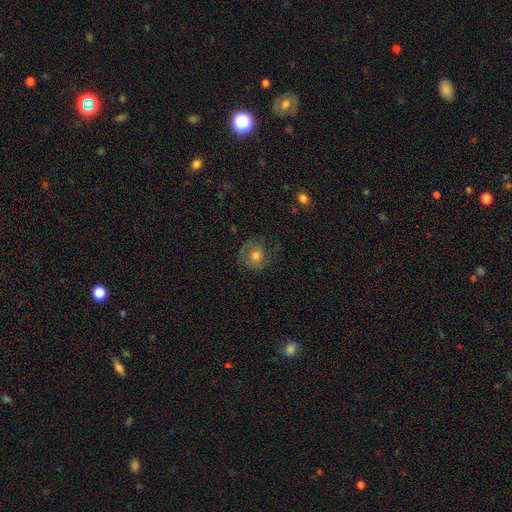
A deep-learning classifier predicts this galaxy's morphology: This appears to be a smooth galaxy with no disk features (54%) that is round (80%). Merging: none (67%).